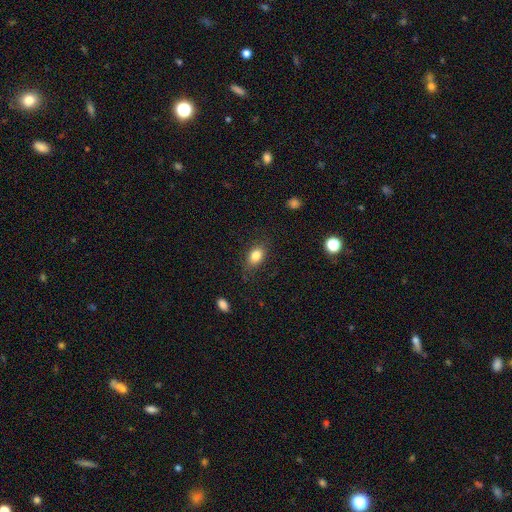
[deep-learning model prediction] smooth 82%, star or artifact 9%, featured or disk 9%. Down the decision tree: how rounded — in between (80%); merging — none (79%).